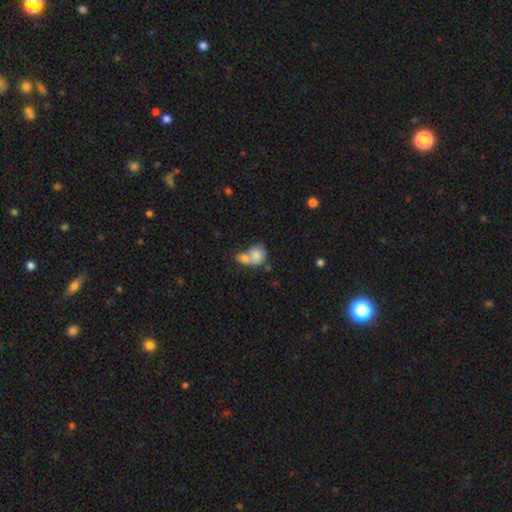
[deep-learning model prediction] Smooth or featured?
  - smooth: 78% *
  - featured or disk: 14%
  - star or artifact: 8%
How rounded?
  - round: 58% *
  - in between: 41%
  - cigar-shaped: 1%
Merging?
  - merger: 67% *
  - none: 21%
  - minor disturbance: 8%
  - major disturbance: 4%